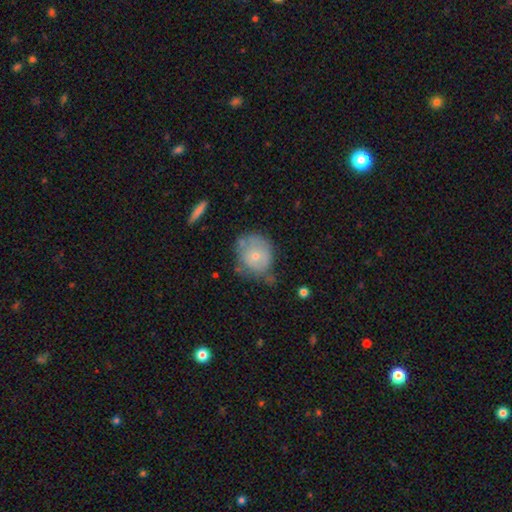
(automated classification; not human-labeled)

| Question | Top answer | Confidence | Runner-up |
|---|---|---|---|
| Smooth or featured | smooth | 57% | featured or disk (34%) |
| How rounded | round | 72% | in between (27%) |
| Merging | none | 50% | minor disturbance (32%) |